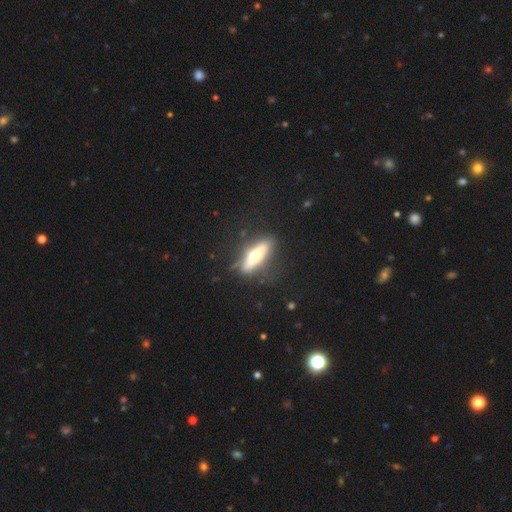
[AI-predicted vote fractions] Smooth or featured?
  - featured or disk: 50% *
  - smooth: 44%
  - star or artifact: 6%
Edge-on disk?
  - yes: 78% *
  - no: 22%
Merging?
  - none: 75% *
  - minor disturbance: 16%
  - major disturbance: 7%
  - merger: 2%